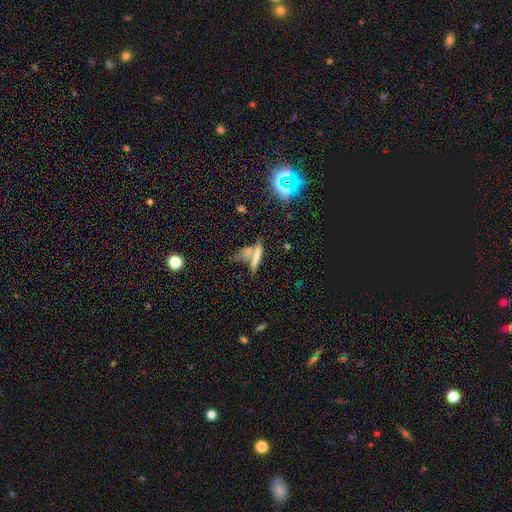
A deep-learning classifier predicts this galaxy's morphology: A smooth galaxy with no disk features (62%) that is cigar-shaped (77%).

Vote fractions:
- Smooth or featured? smooth: 62% / featured or disk: 23% / star or artifact: 15%
- How rounded? cigar-shaped: 77% / in between: 19% / round: 4%
- Merging? merger: 42% / none: 37% / minor disturbance: 13% / major disturbance: 9%